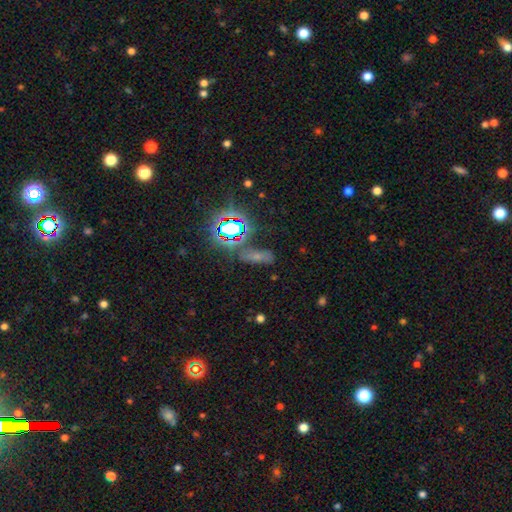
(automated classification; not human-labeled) Smooth or featured? star or artifact (45%)